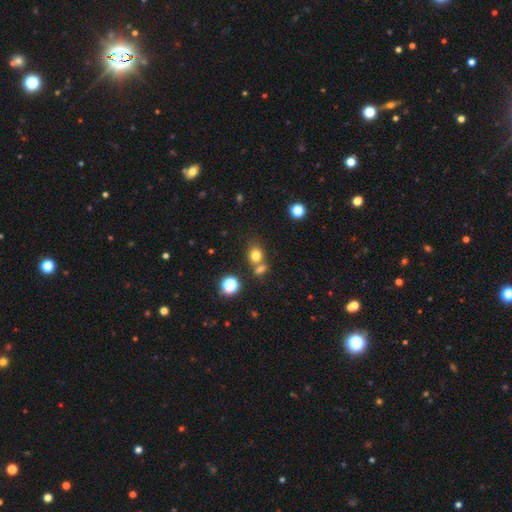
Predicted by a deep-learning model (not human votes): smooth_or_featured: smooth (p=0.75) [alt: star or artifact p=0.17]
how_rounded: round (p=0.67) [alt: in between p=0.32]
merging: none (p=0.55) [alt: merger p=0.31]